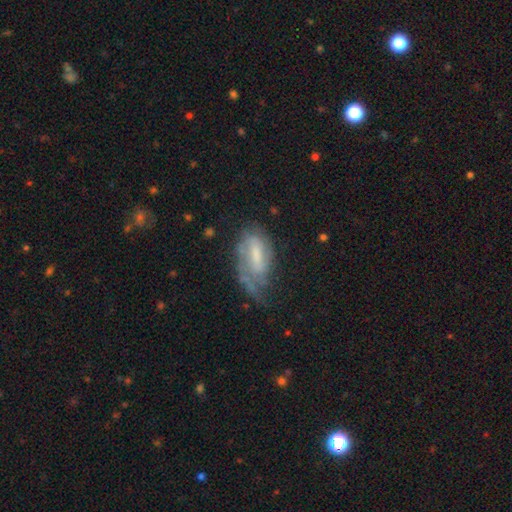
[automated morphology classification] A featured or disk galaxy (60%) with a weak bar (47%), spiral arms (74%) and a moderate central bulge (38%). Merging: none (35%).